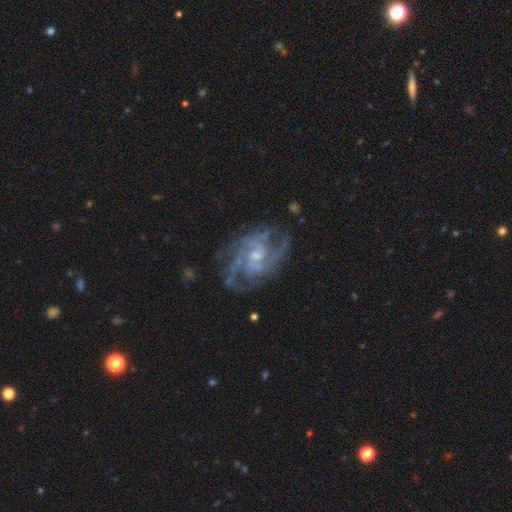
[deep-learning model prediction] A featured or disk galaxy (89%) with no bar (55%), 3 (29%) medium (49%) spiral arms (97%) and a small central bulge (58%). Merging: none (71%).